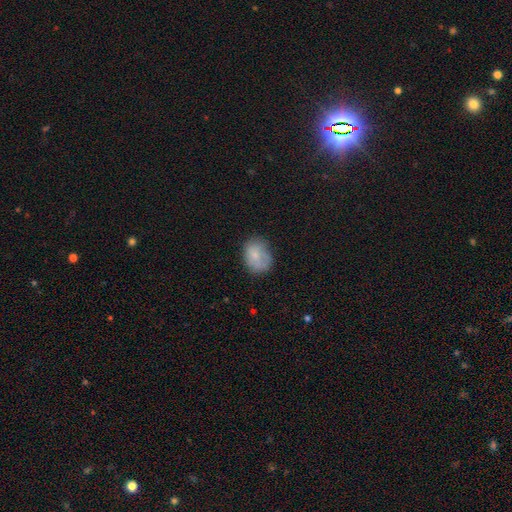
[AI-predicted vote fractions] Overall: smooth (72%). How rounded: in between (51%; round 48%). Merging: none (59%; minor disturbance 27%).